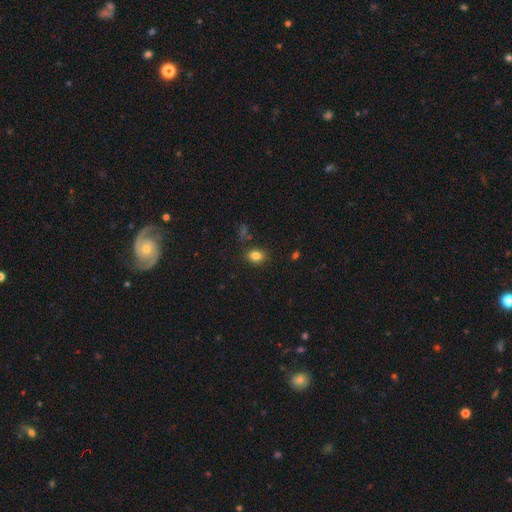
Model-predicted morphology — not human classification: Q: Smooth or featured?
A: smooth (82%); runner-up: star or artifact (11%)
Q: How rounded?
A: in between (65%); runner-up: round (34%)
Q: Merging?
A: none (82%); runner-up: minor disturbance (12%)